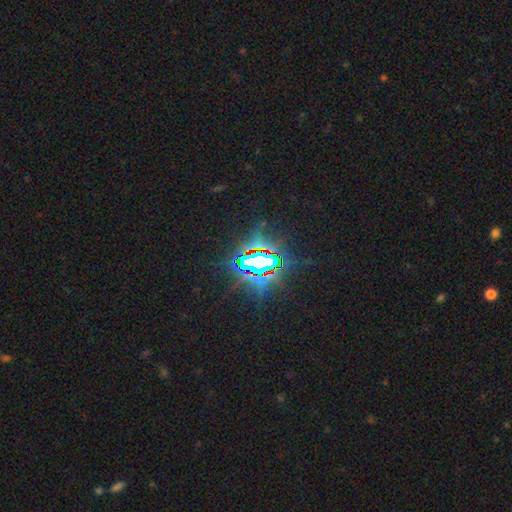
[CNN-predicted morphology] Smooth or featured? Predicted: star or artifact (p=0.85).